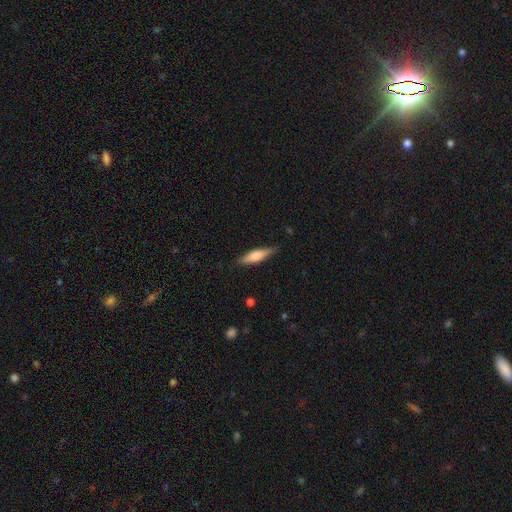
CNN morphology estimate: smooth 64%, featured or disk 31%, star or artifact 6%. Down the decision tree: how rounded — cigar-shaped (70%); merging — none (84%).